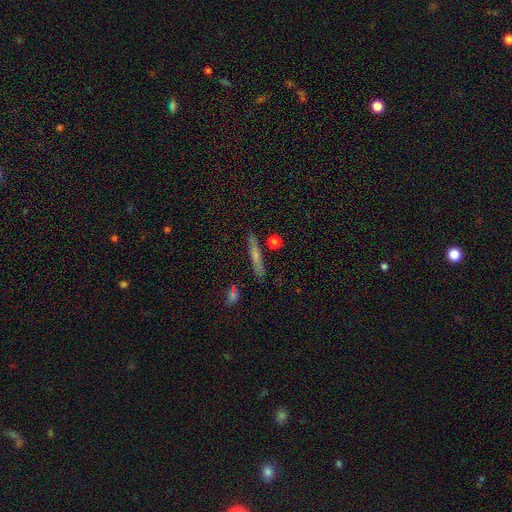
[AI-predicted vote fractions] This is possibly a smooth galaxy (54%). How rounded: clearly cigar-shaped (91%). Merging: clearly none (86%).